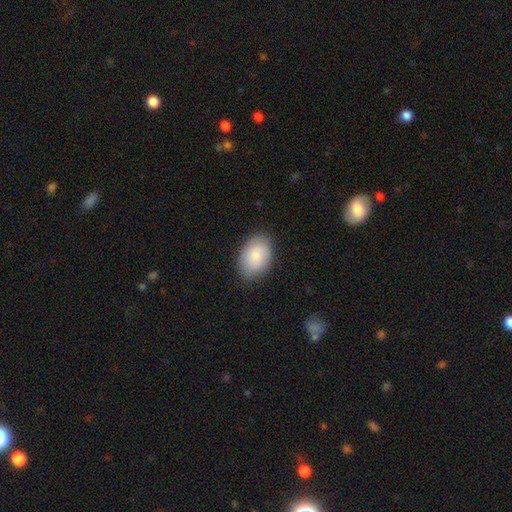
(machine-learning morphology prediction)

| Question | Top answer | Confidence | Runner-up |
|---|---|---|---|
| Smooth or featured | smooth | 81% | featured or disk (13%) |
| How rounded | in between | 85% | round (14%) |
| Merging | none | 81% | minor disturbance (15%) |